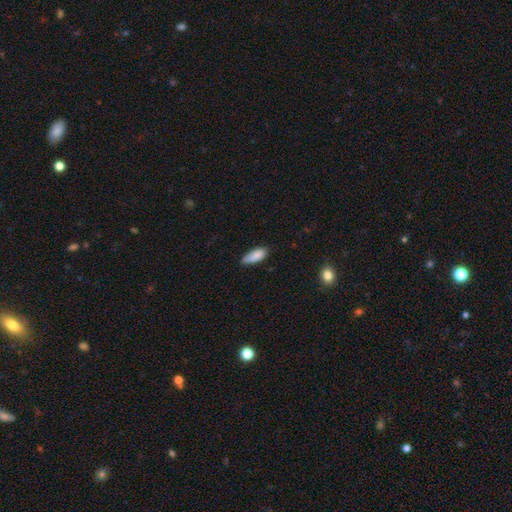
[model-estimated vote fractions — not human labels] Overall: smooth (87%). How rounded: in between (75%). Merging: none (65%; minor disturbance 29%).